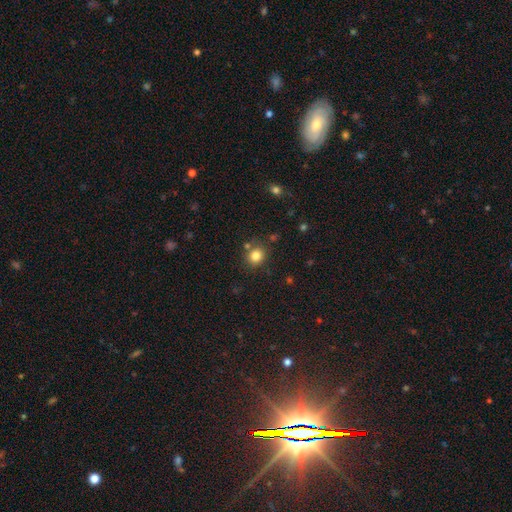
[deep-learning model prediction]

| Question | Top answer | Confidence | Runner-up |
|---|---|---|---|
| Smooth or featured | smooth | 82% | star or artifact (12%) |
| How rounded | round | 80% | in between (19%) |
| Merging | none | 78% | minor disturbance (10%) |